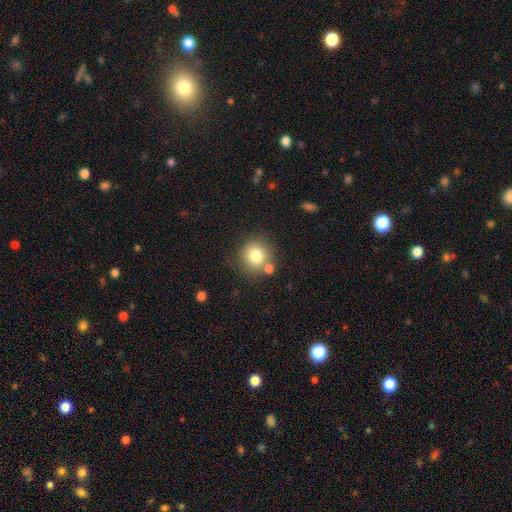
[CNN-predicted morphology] This appears to be a smooth galaxy with no disk features (79%) that is round (88%). Merging: none (73%).